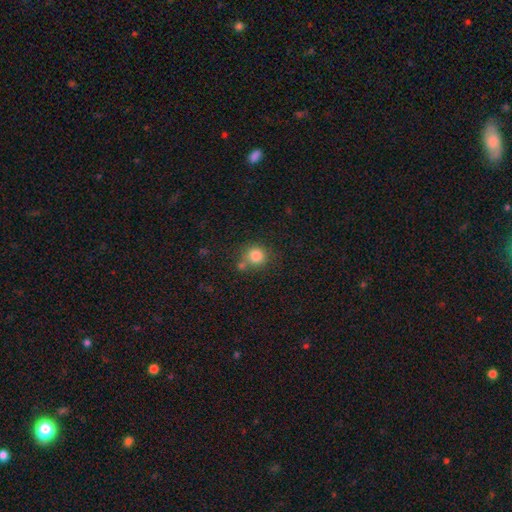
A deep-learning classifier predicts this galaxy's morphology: Overall: smooth (82%). How rounded: round (90%). Merging: none (62%; merger 22%).